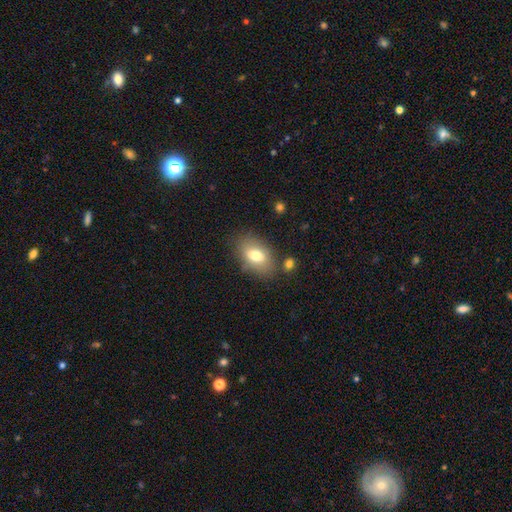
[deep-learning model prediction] Q: Smooth or featured?
A: smooth (76%); runner-up: featured or disk (16%)
Q: How rounded?
A: in between (87%); runner-up: round (11%)
Q: Merging?
A: none (74%); runner-up: minor disturbance (16%)